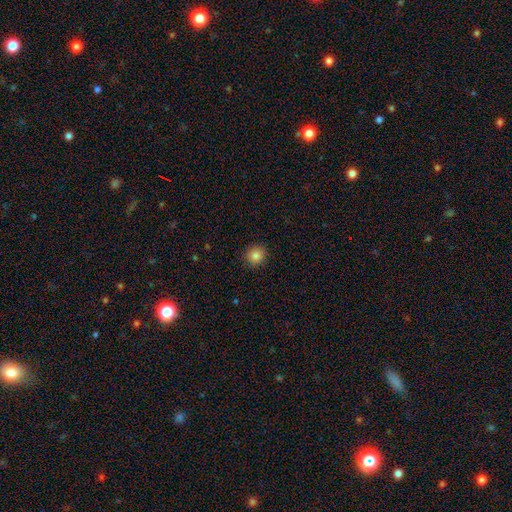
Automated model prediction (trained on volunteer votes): A smooth galaxy with no disk features (84%) that is round (89%).

Vote fractions:
- Smooth or featured? smooth: 84% / star or artifact: 11% / featured or disk: 6%
- How rounded? round: 89% / in between: 10% / cigar-shaped: 1%
- Merging? none: 90% / minor disturbance: 7% / major disturbance: 2% / merger: 1%